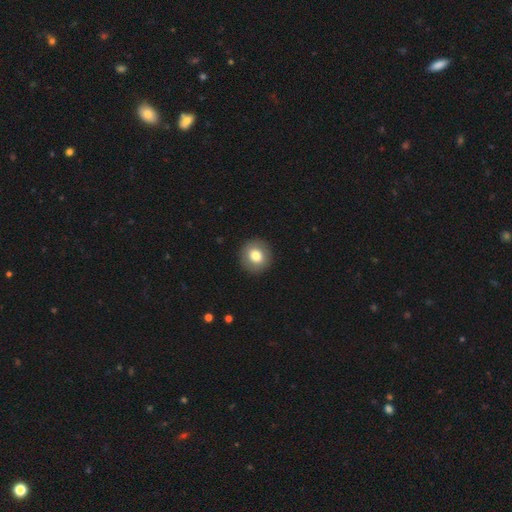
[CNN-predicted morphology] smooth 78%, featured or disk 13%, star or artifact 9%. Down the decision tree: how rounded — round (90%); merging — none (92%).